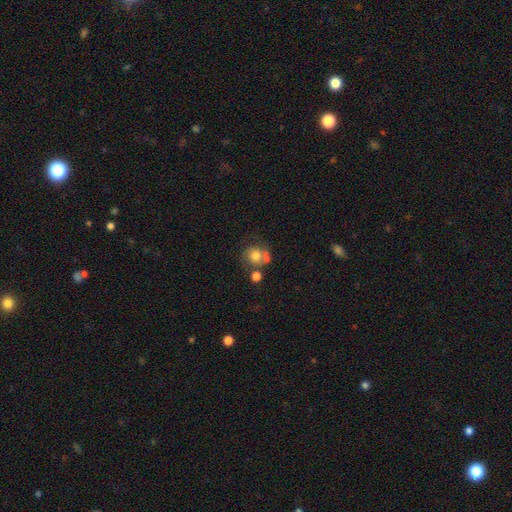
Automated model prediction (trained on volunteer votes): This appears to be a smooth galaxy with no disk features (62%) that is round (83%). Merging: none (46%).